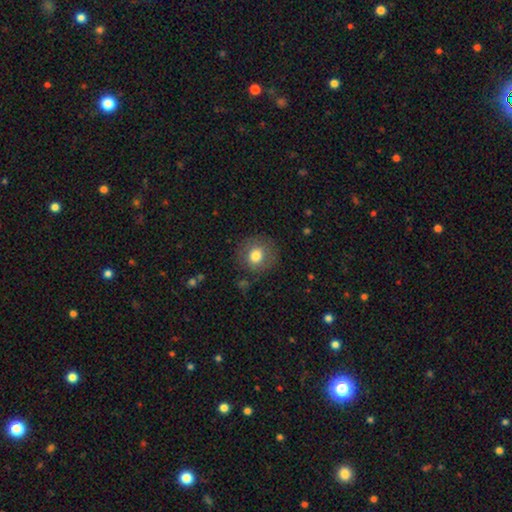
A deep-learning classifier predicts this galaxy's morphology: Smooth or featured: smooth — 77% (featured or disk — 14%)
How rounded: round — 86% (in between — 13%)
Merging: none — 83% (minor disturbance — 11%)